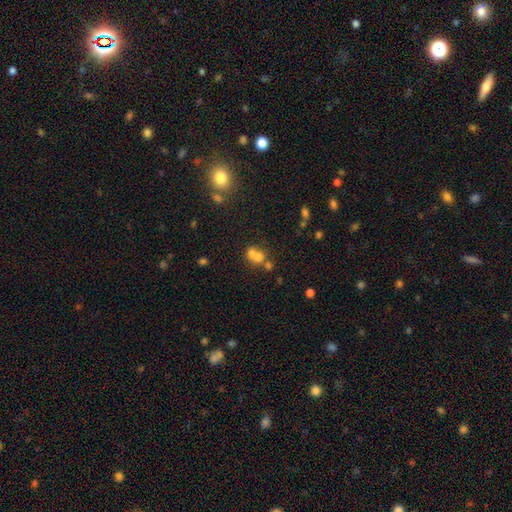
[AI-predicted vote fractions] Q: Smooth or featured?
A: smooth (63%); runner-up: featured or disk (20%)
Q: How rounded?
A: round (72%); runner-up: in between (27%)
Q: Merging?
A: merger (61%); runner-up: none (29%)